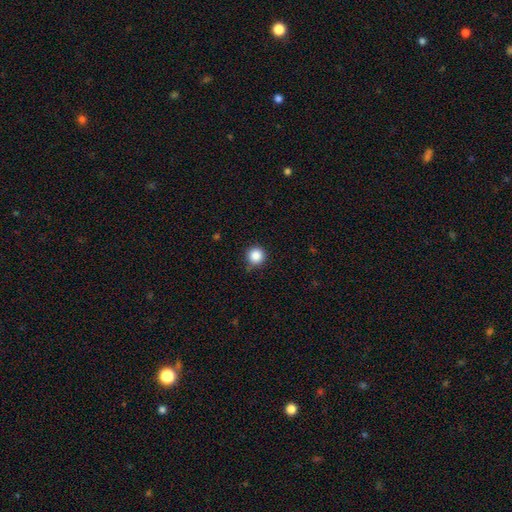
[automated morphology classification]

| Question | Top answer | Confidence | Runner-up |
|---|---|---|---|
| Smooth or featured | smooth | 87% | star or artifact (10%) |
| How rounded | round | 96% | in between (4%) |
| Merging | none | 84% | minor disturbance (11%) |